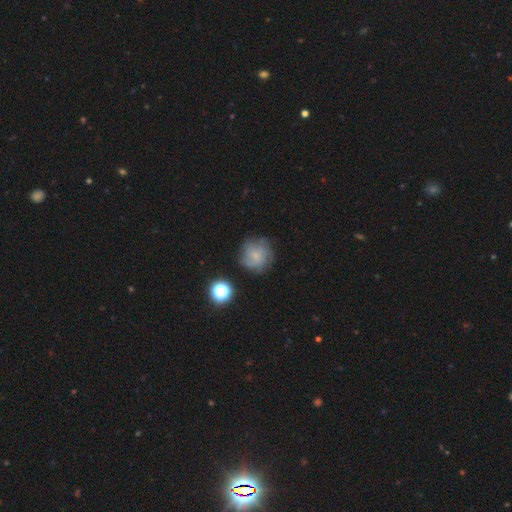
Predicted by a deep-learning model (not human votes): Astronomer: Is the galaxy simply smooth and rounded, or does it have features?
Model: smooth — 47% (runner-up: featured or disk, 38%).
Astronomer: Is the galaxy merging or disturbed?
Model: none — 70%.